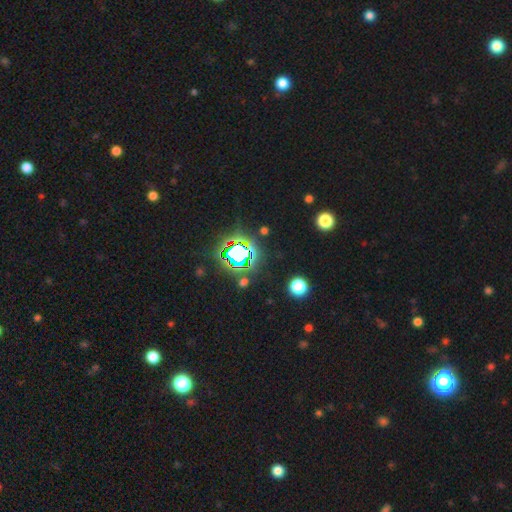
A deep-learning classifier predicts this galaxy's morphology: Smooth or featured: star or artifact — 82% (smooth — 11%)